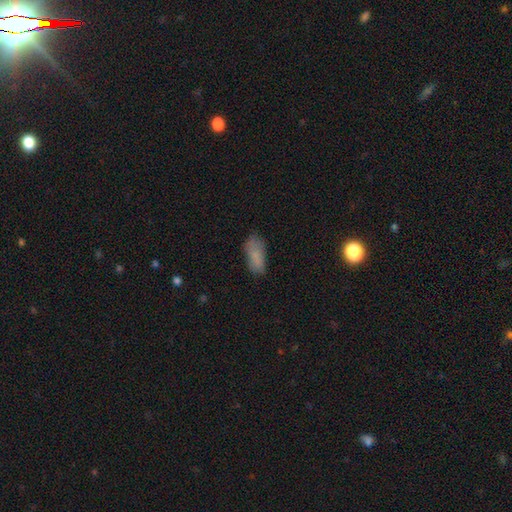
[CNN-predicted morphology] Overall: smooth (81%). How rounded: in between (85%). Merging: none (66%).